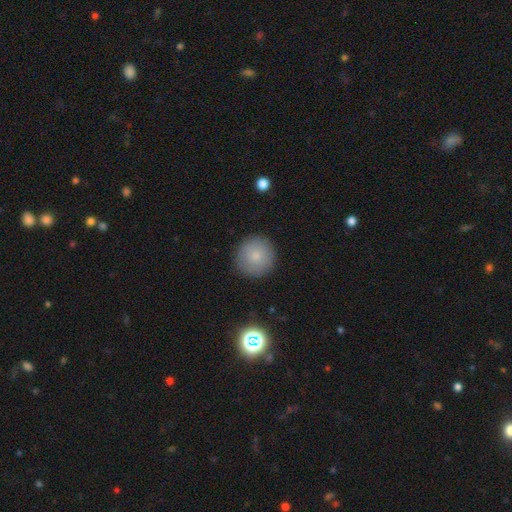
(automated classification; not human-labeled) smooth_or_featured: smooth (p=0.81) [alt: featured or disk p=0.10]
how_rounded: round (p=0.95) [alt: in between p=0.04]
merging: none (p=0.89) [alt: minor disturbance p=0.07]